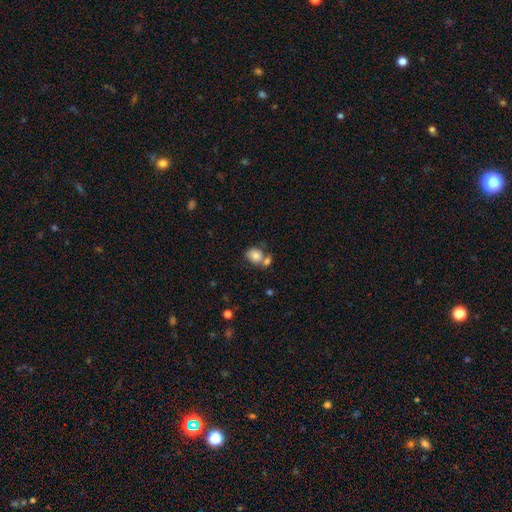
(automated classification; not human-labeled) This appears to be a smooth galaxy with no disk features (79%) that is round (57%). Merging: none (46%).